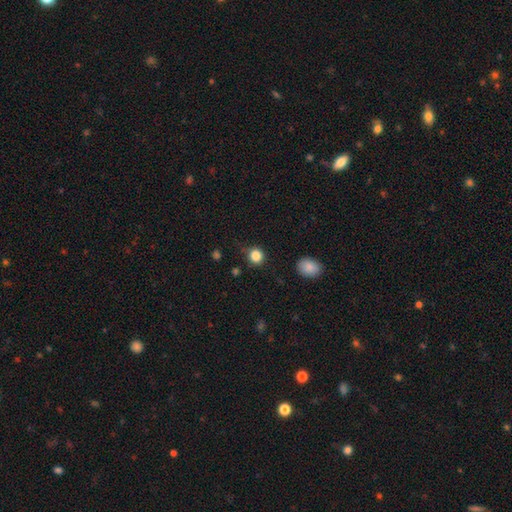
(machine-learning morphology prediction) Smooth or featured? Predicted: smooth (p=0.85). How rounded? Predicted: round (p=0.89). Merging? Predicted: none (p=0.82).